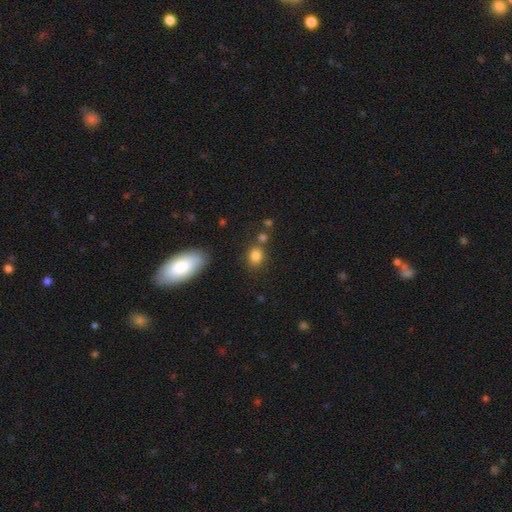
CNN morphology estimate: smooth-or-featured: smooth: 81% | star or artifact: 12% | featured or disk: 7%
  how-rounded: round: 58% | in between: 40% | cigar-shaped: 1%
  merging: none: 70% | merger: 13% | minor disturbance: 13% | major disturbance: 4%